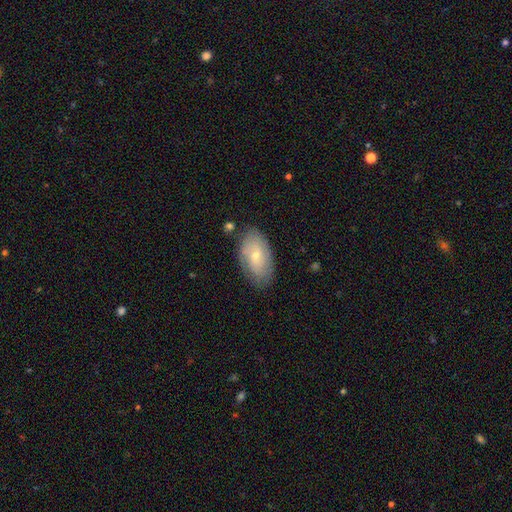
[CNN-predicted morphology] A smooth galaxy with no disk features (49%). Merging: none (75%).